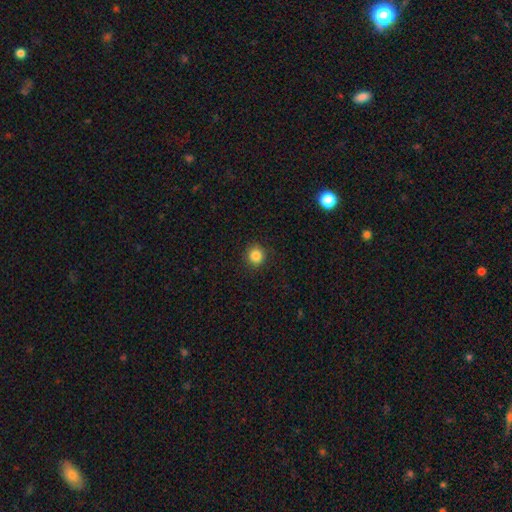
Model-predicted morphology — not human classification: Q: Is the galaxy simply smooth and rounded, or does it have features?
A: smooth — 85%.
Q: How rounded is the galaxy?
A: round — 90%.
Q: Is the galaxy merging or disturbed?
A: none — 90%.